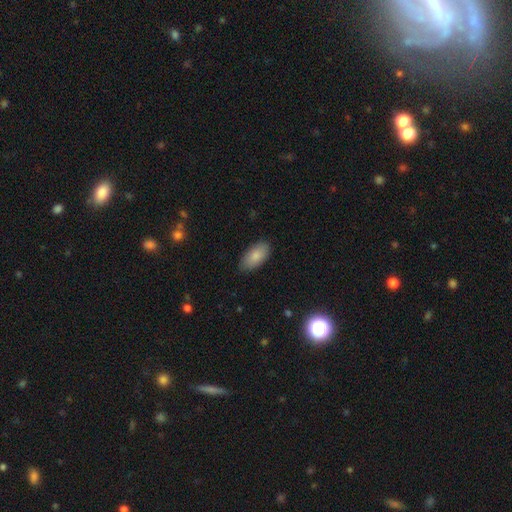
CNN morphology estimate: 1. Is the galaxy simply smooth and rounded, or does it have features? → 84% smooth, 9% featured or disk, 7% star or artifact.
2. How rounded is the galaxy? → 94% in between, 3% cigar-shaped, 3% round.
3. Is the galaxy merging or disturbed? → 84% none, 13% minor disturbance, 2% major disturbance, 1% merger.